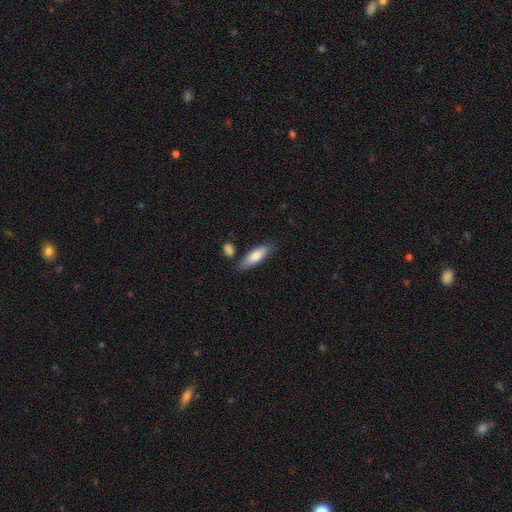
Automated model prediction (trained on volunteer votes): A smooth galaxy with no disk features (79%) that is in between round and cigar-shaped (55%).

Vote fractions:
- Smooth or featured? smooth: 79% / featured or disk: 15% / star or artifact: 6%
- How rounded? in between: 55% / cigar-shaped: 44% / round: 2%
- Merging? none: 75% / minor disturbance: 15% / merger: 7% / major disturbance: 3%